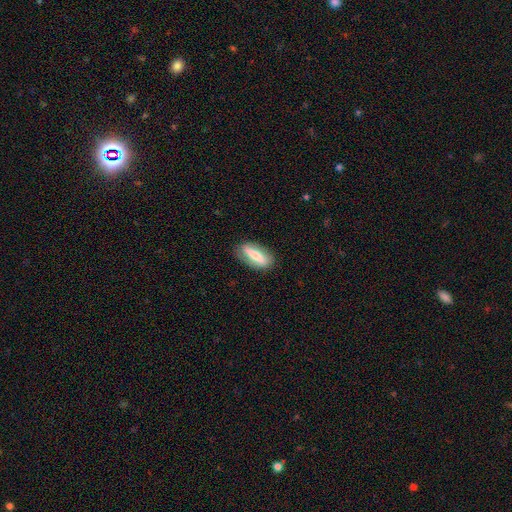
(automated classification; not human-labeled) Overall: smooth (52%; featured or disk 42%). How rounded: in between (67%; cigar-shaped 30%). Merging: none (82%).